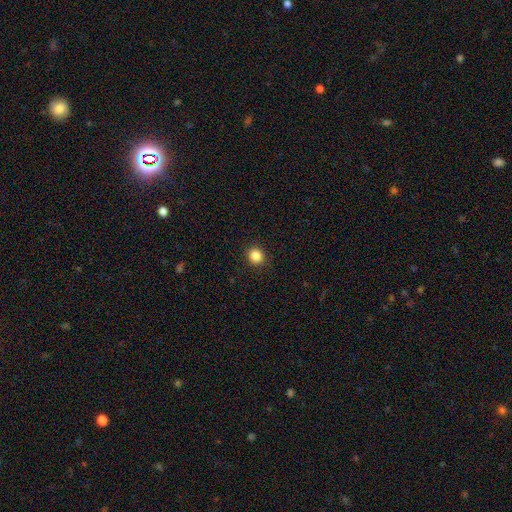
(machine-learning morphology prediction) smooth_or_featured: smooth (p=0.87) [alt: star or artifact p=0.10]
how_rounded: round (p=0.85) [alt: in between p=0.14]
merging: none (p=0.91) [alt: minor disturbance p=0.06]